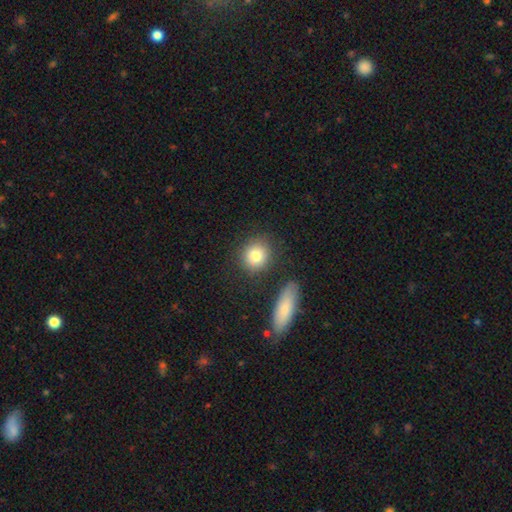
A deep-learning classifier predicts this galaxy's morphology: smooth_or_featured: smooth (p=0.83) [alt: featured or disk p=0.09]
how_rounded: round (p=0.80) [alt: in between p=0.18]
merging: none (p=0.81) [alt: minor disturbance p=0.09]